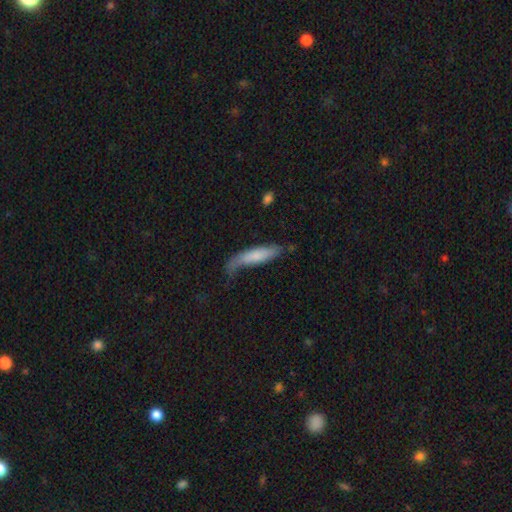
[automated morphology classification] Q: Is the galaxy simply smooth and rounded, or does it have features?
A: smooth — 68%.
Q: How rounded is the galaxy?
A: cigar-shaped — 70%.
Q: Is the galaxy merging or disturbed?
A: none — 41%.